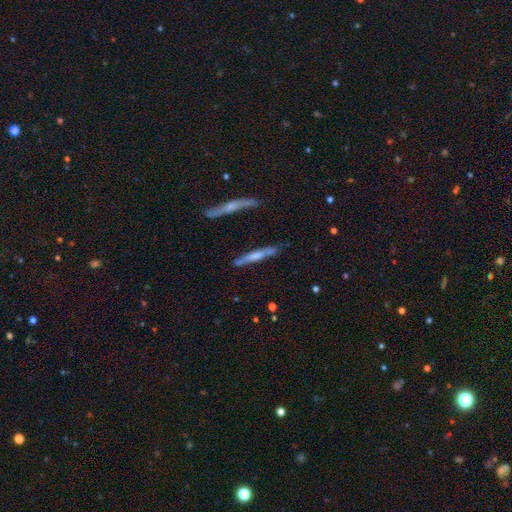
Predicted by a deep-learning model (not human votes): Smooth or featured? Predicted: featured or disk (p=0.50). Edge-on disk? Predicted: yes (p=0.88). Merging? Predicted: none (p=0.68).